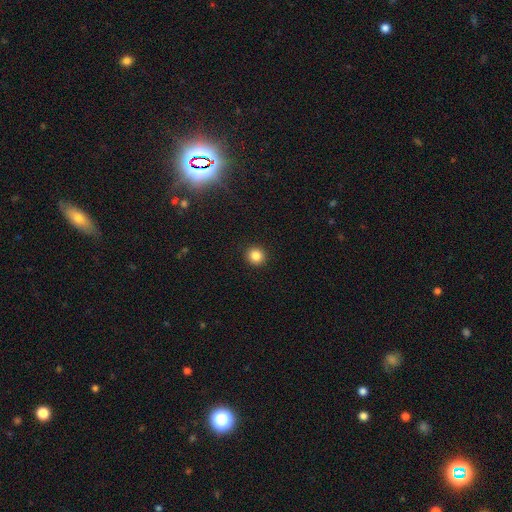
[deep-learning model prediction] Smooth or featured: smooth — 85% (star or artifact — 11%)
How rounded: round — 92% (in between — 7%)
Merging: none — 93% (minor disturbance — 5%)